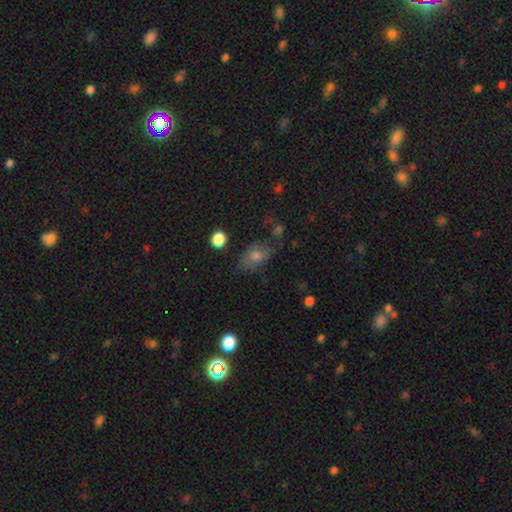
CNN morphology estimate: The model was most divided on "smooth or featured": smooth: 66%, featured or disk: 17%, star or artifact: 16%. More confident: how rounded — in between (79%); merging — none (69%).